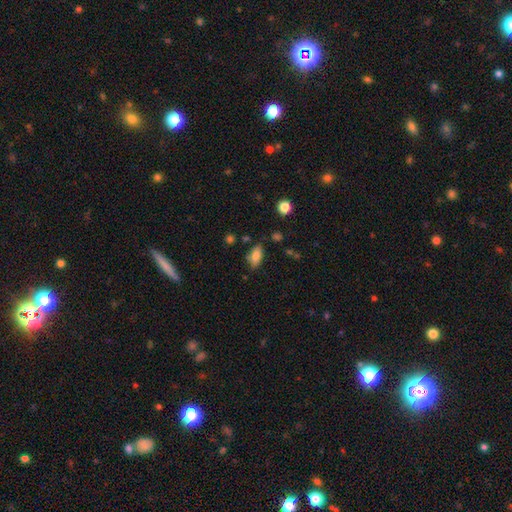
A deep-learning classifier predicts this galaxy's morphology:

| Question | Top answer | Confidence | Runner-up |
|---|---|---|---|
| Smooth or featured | smooth | 80% | featured or disk (11%) |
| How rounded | in between | 88% | cigar-shaped (8%) |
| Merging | none | 69% | minor disturbance (22%) |